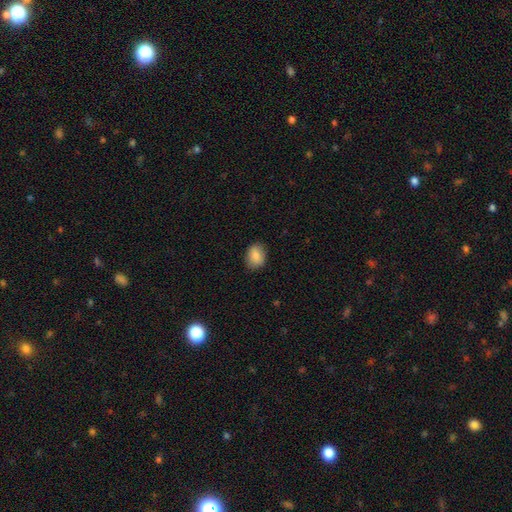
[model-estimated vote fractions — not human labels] smooth 85%, star or artifact 8%, featured or disk 7%. Down the decision tree: how rounded — in between (71%); merging — none (83%).